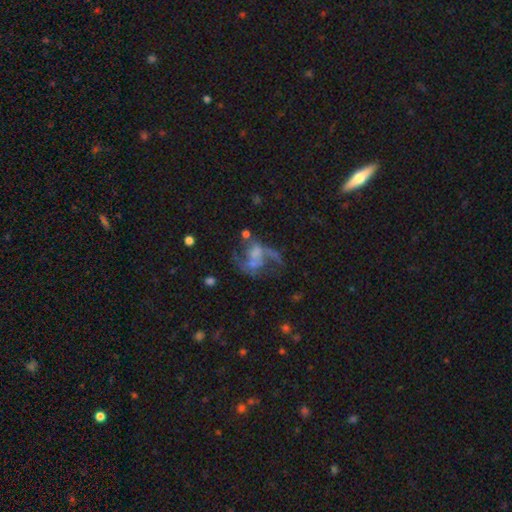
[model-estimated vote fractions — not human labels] Morphology: type=featured or disk (68%); edge-on=no (97%); bar=no (63%); spiral arms=yes (67%); bulge=none (37%); merging=major disturbance (34%, tied with none).